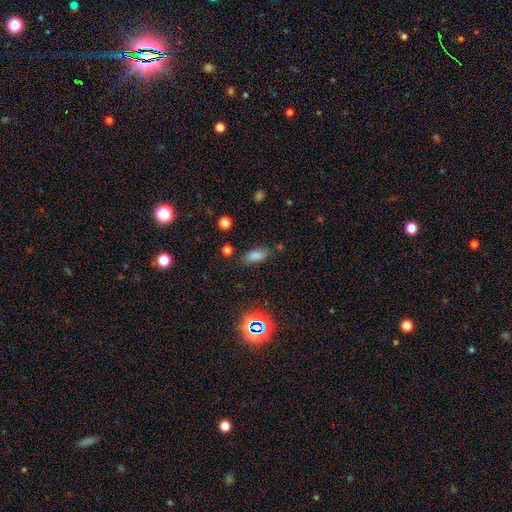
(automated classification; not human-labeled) A smooth galaxy with no disk features (78%) that is in between round and cigar-shaped (80%).

Vote fractions:
- Smooth or featured? smooth: 78% / star or artifact: 14% / featured or disk: 8%
- How rounded? in between: 80% / cigar-shaped: 16% / round: 4%
- Merging? none: 77% / minor disturbance: 15% / major disturbance: 4% / merger: 4%